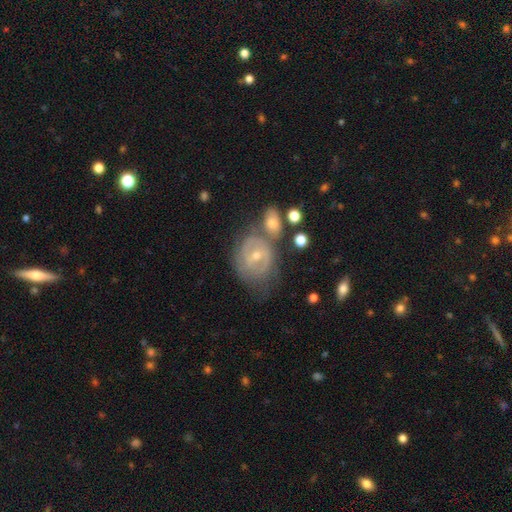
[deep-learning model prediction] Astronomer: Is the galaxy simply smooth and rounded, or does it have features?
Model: featured or disk — 69%.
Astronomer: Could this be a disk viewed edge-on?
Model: no — 96%.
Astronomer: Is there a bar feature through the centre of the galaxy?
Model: weak — 45% (runner-up: no, 40%).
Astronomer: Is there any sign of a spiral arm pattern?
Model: yes — 72%.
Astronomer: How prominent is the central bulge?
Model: moderate — 48%, tied with small at 48%.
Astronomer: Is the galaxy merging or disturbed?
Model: none — 45% (runner-up: merger, 24%).